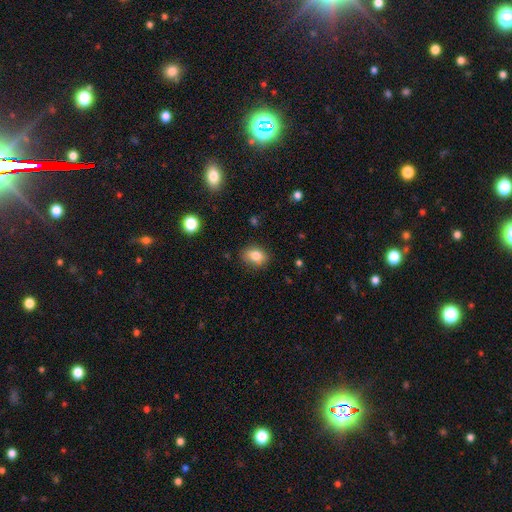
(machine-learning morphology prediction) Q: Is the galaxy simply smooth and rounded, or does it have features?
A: smooth — 83%.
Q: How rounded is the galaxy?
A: in between — 67%.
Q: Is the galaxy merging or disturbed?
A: none — 81%.